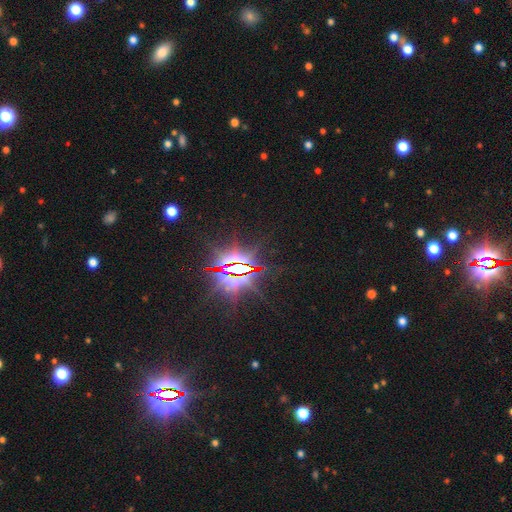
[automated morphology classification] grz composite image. It shows a star or artifact, not a galaxy (86%).